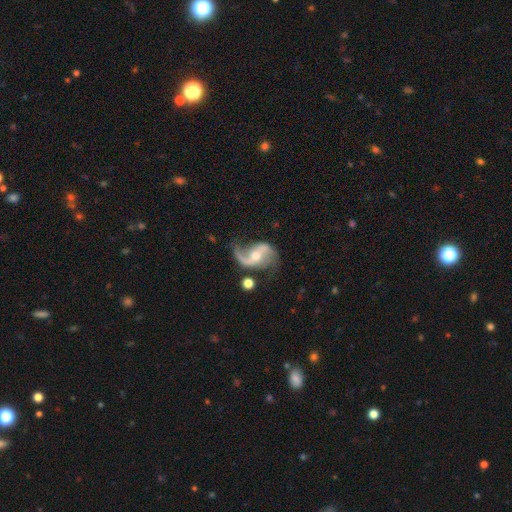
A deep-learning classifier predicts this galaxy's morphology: The model was most divided on "bar": weak: 41%, no: 38%, strong: 21%. More confident: edge-on disk — no (97%); spiral arms — yes (97%); spiral arm count — 2 (90%); smooth or featured — featured or disk (90%); spiral winding — loose (65%); merging — none (65%); bulge size — moderate (60%).